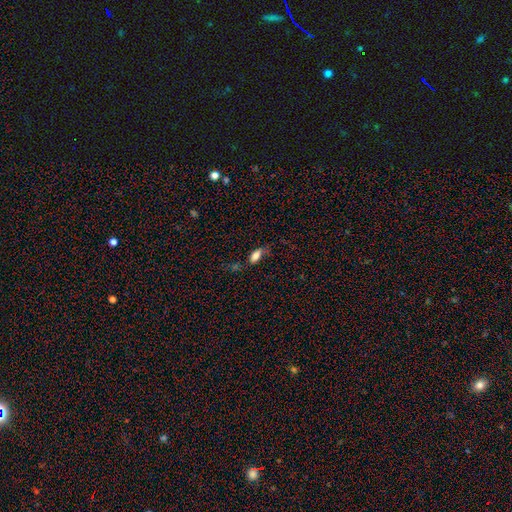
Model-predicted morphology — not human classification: This appears to be a smooth galaxy with no disk features (78%) that is in between round and cigar-shaped (83%). Merging: none (59%).